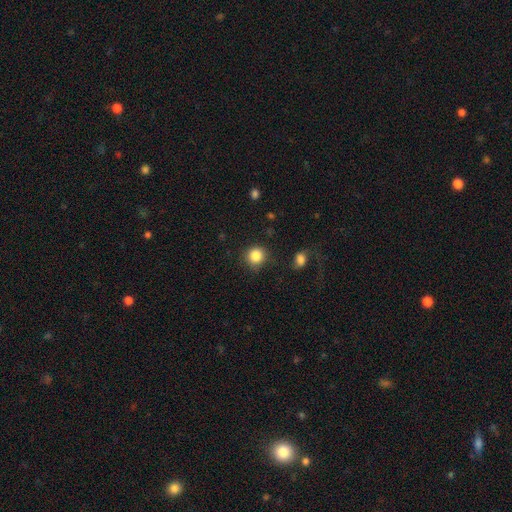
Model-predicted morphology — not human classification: Overall: smooth (86%). How rounded: round (90%). Merging: none (81%).